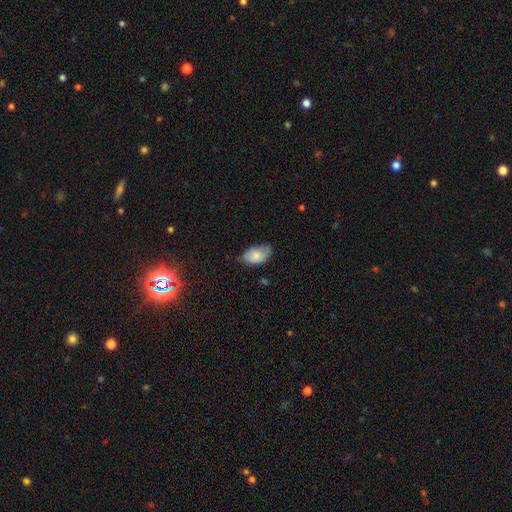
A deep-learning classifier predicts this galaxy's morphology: Smooth or featured: smooth — 79% (featured or disk — 13%)
How rounded: in between — 92% (round — 6%)
Merging: none — 52% (minor disturbance — 39%)